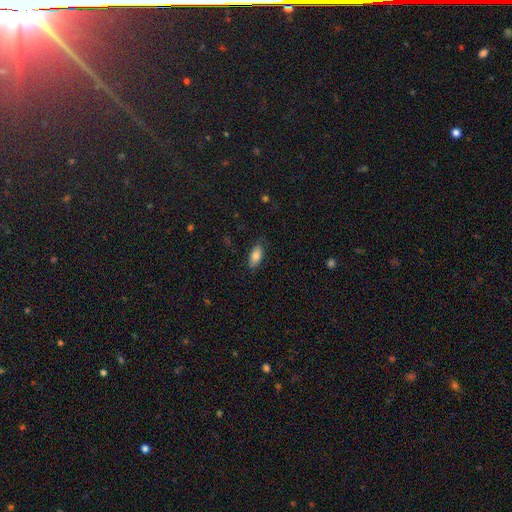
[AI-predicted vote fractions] This is clearly a smooth galaxy (83%). How rounded: clearly in between (86%). Merging: clearly none (80%).